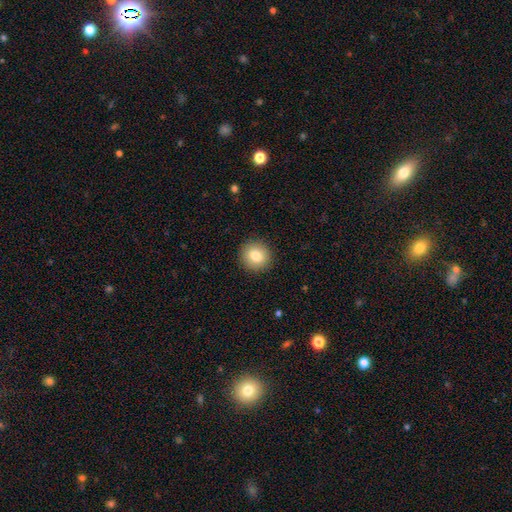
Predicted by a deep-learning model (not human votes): smooth_or_featured: smooth (p=0.82) [alt: star or artifact p=0.09]
how_rounded: round (p=0.91) [alt: in between p=0.08]
merging: none (p=0.92) [alt: minor disturbance p=0.05]